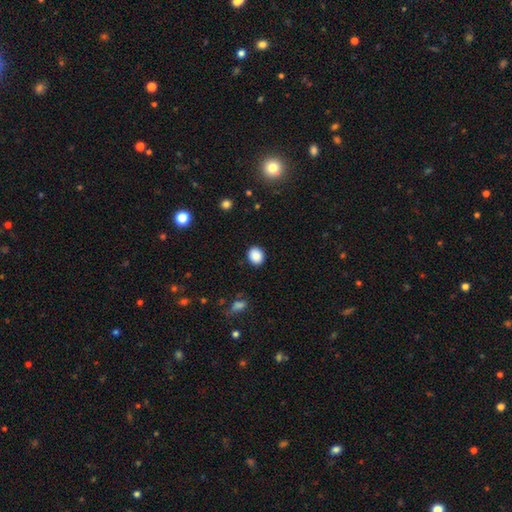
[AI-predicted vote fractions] A smooth galaxy with no disk features (89%) that is round (56%). Merging: none (89%).